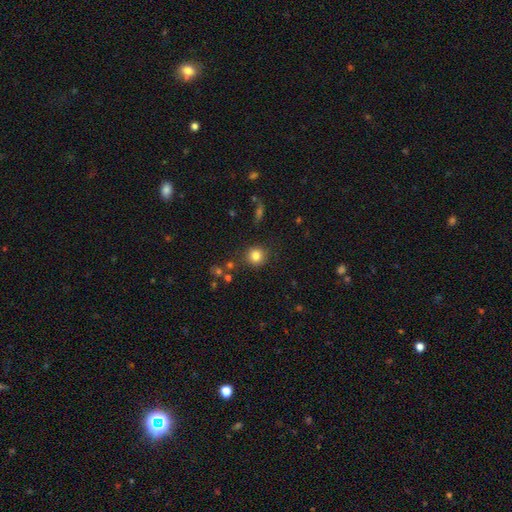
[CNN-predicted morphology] Smooth or featured? smooth (82%)
How rounded? round (91%)
Merging? none (87%)